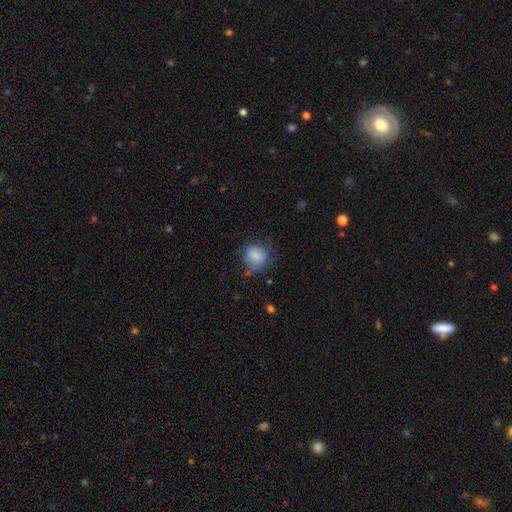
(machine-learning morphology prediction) Smooth or featured: smooth — 81% (featured or disk — 11%)
How rounded: round — 79% (in between — 21%)
Merging: none — 62% (minor disturbance — 25%)